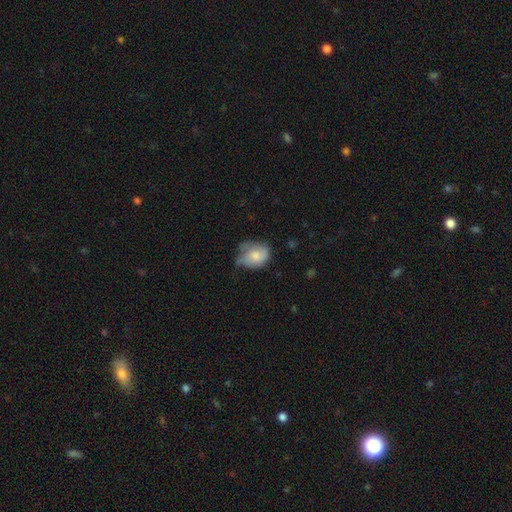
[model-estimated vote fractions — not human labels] Morphology: type=smooth (66%); roundness=in between (57%); merging=minor disturbance (43%).